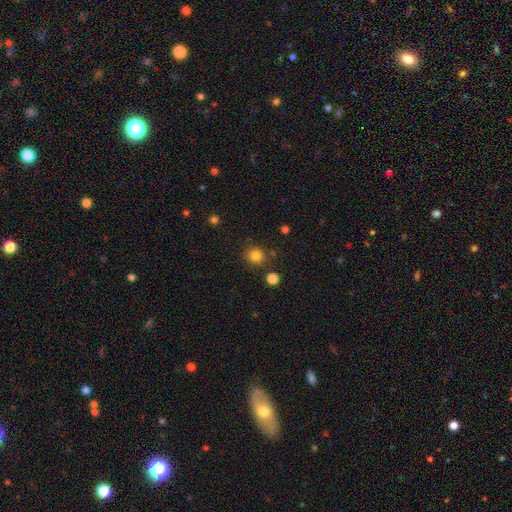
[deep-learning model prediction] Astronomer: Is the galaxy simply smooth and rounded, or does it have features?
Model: smooth — 83%.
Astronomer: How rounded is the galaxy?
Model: round — 93%.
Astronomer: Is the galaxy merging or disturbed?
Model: none — 85%.